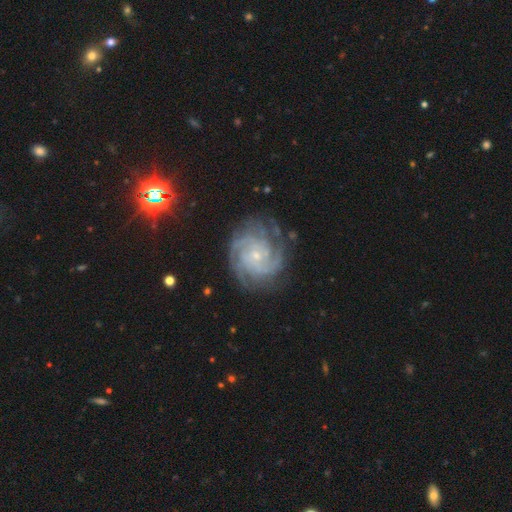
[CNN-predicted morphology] type=featured or disk (88%); edge-on=no (98%); bar=no (74%); spiral arms=yes (98%); winding=tight (71%); arm count=4 (27%); bulge=small (81%); merging=none (78%).